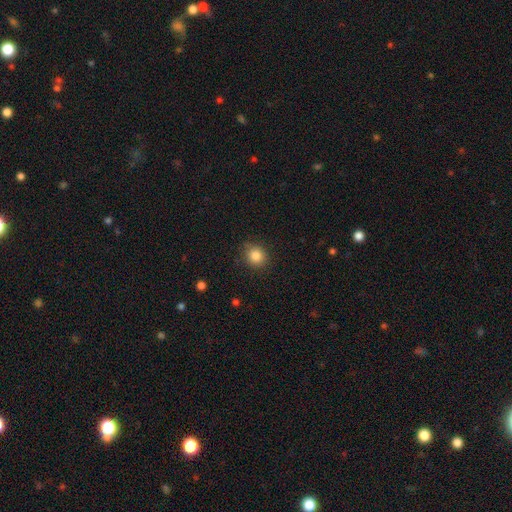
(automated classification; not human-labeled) A smooth galaxy with no disk features (84%) that is round (81%). Merging: none (85%).